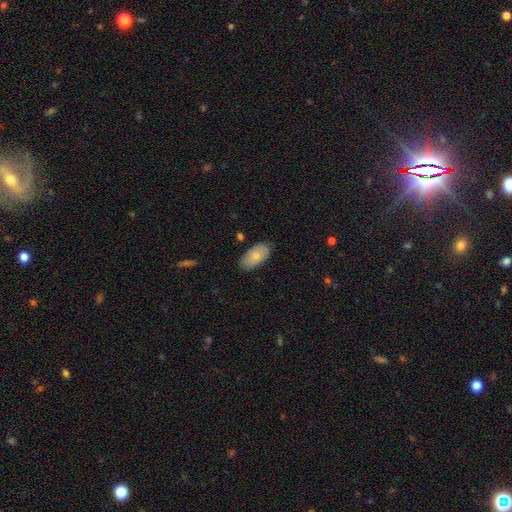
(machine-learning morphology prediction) Overall: smooth (80%). How rounded: in between (95%). Merging: none (82%).